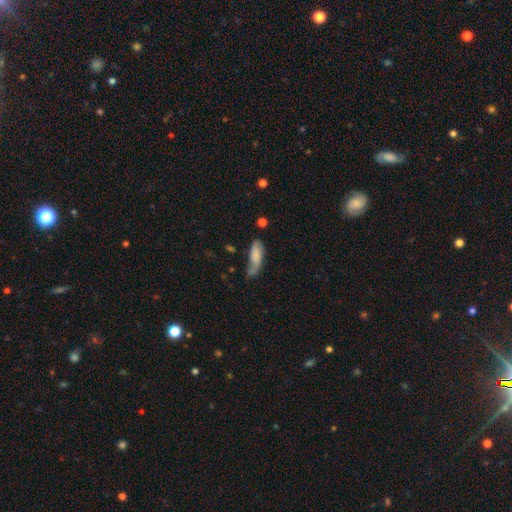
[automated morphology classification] Smooth or featured? Predicted: smooth (p=0.64). How rounded? Predicted: in between (p=0.65). Merging? Predicted: none (p=0.43).